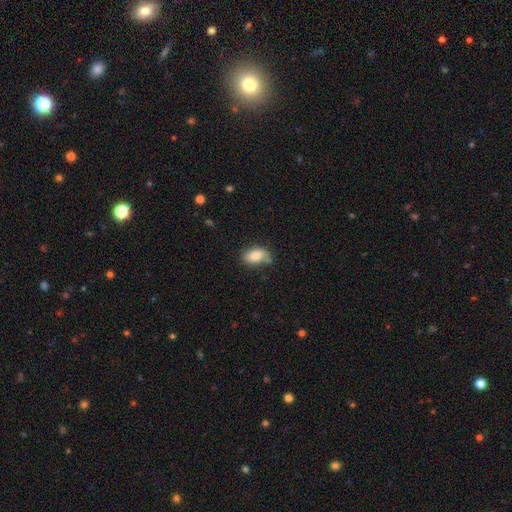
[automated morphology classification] A smooth galaxy with no disk features (83%) that is in between round and cigar-shaped (90%).

Vote fractions:
- Smooth or featured? smooth: 83% / featured or disk: 9% / star or artifact: 8%
- How rounded? in between: 90% / round: 8% / cigar-shaped: 2%
- Merging? none: 58% / minor disturbance: 30% / major disturbance: 7% / merger: 5%